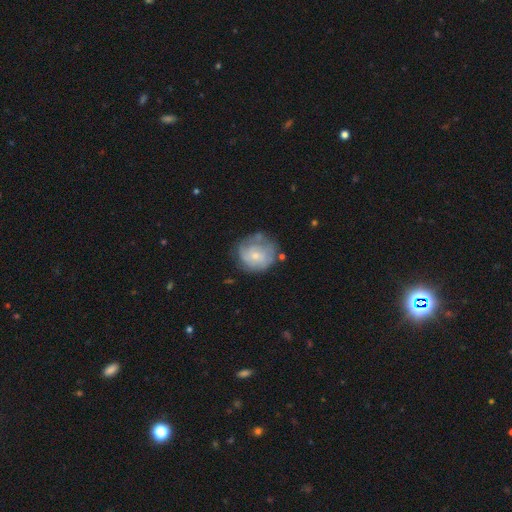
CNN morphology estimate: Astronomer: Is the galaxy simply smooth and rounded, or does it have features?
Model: featured or disk — 50% (runner-up: smooth, 43%).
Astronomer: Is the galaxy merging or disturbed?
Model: none — 59%.